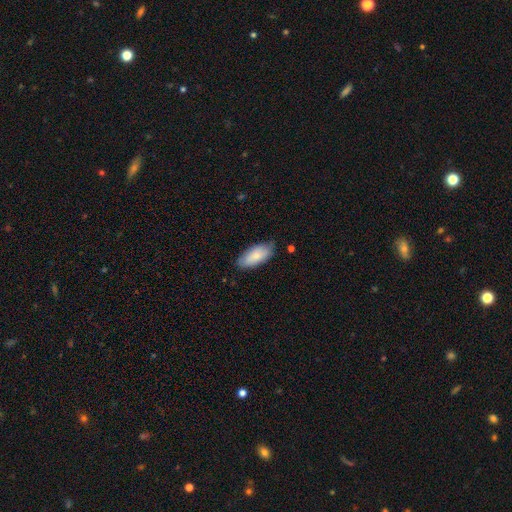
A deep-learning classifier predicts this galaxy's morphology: A smooth galaxy with no disk features (83%) that is in between round and cigar-shaped (89%). Merging: none (76%).